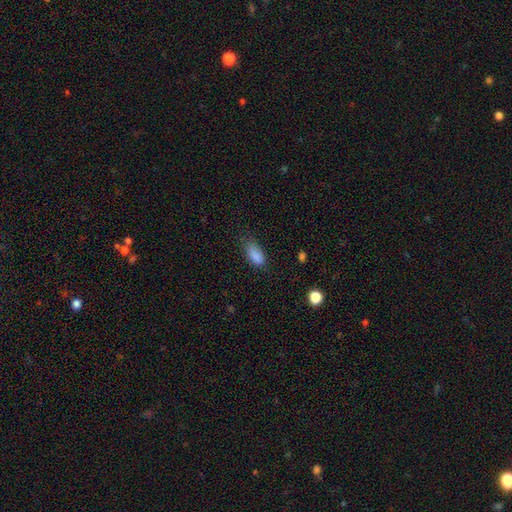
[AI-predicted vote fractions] A smooth galaxy with no disk features (86%) that is in between round and cigar-shaped (89%).

Vote fractions:
- Smooth or featured? smooth: 86% / star or artifact: 9% / featured or disk: 5%
- How rounded? in between: 89% / cigar-shaped: 7% / round: 4%
- Merging? none: 59% / minor disturbance: 31% / major disturbance: 9% / merger: 2%